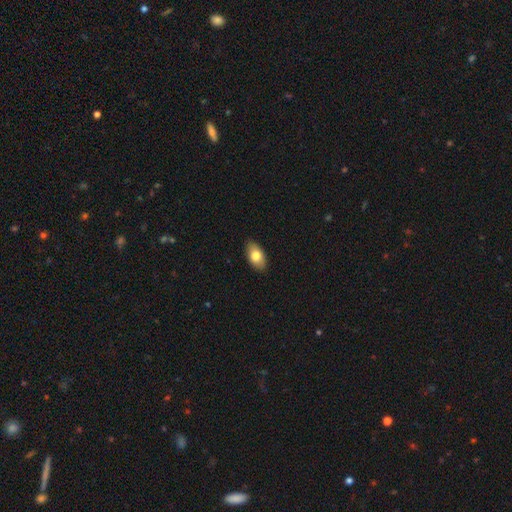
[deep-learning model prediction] Morphology: type=smooth (79%); roundness=in between (92%); merging=none (87%).